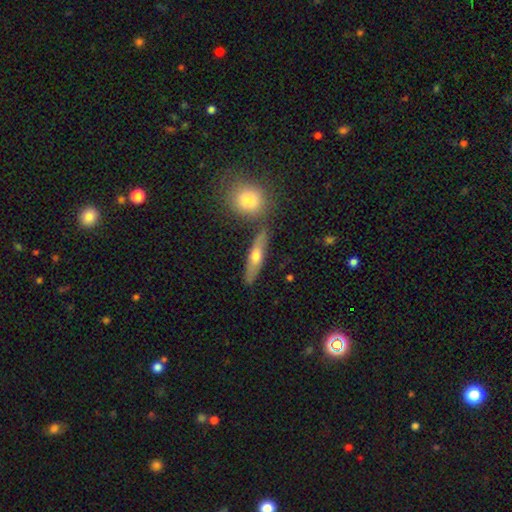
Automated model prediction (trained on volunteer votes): The model was most divided on "smooth or featured": smooth: 51%, featured or disk: 43%, star or artifact: 7%. More confident: merging — none (74%); how rounded — cigar-shaped (67%).